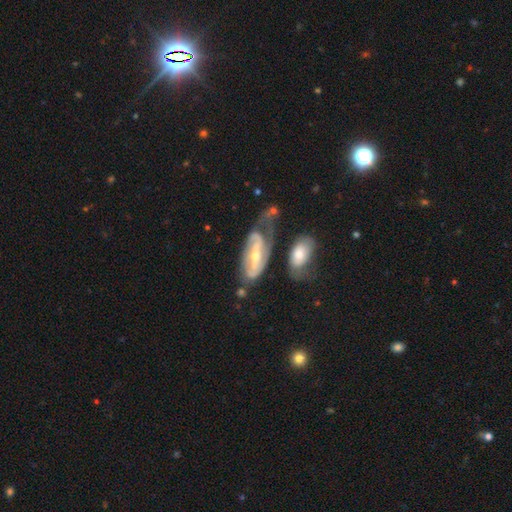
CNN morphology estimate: Q: Smooth or featured?
A: featured or disk (81%); runner-up: smooth (13%)
Q: Edge-on disk?
A: no (91%); runner-up: yes (9%)
Q: Bar?
A: strong (45%); runner-up: weak (34%)
Q: Spiral arms?
A: yes (87%); runner-up: no (13%)
Q: Spiral winding?
A: tight (40%); runner-up: medium (38%)
Q: Spiral arm count?
A: 2 (65%); runner-up: can't tell (19%)
Q: Bulge size?
A: small (52%); runner-up: moderate (44%)
Q: Merging?
A: none (40%); runner-up: major disturbance (23%)